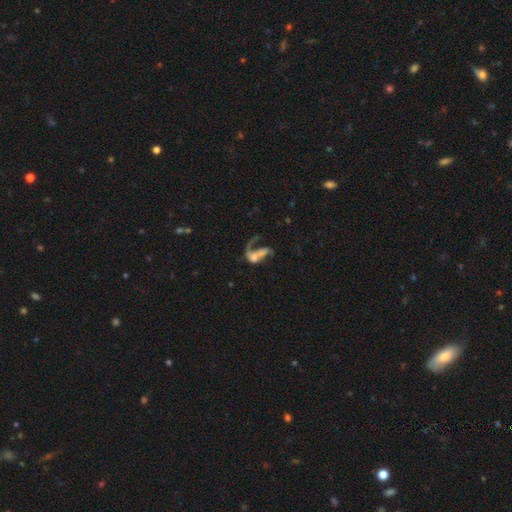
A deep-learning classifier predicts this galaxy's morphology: Smooth or featured: featured or disk — 60% (smooth — 28%)
Edge-on disk: no — 94% (yes — 6%)
Bar: no — 68% (weak — 22%)
Spiral arms: yes — 57% (no — 43%)
Bulge size: moderate — 31% (small — 30%)
Merging: major disturbance — 40% (merger — 34%)